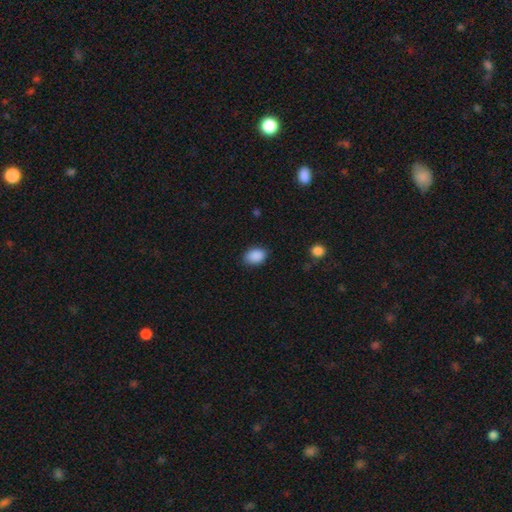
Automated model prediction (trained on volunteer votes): Smooth or featured?
  - smooth: 90% *
  - star or artifact: 8%
  - featured or disk: 3%
How rounded?
  - in between: 78% *
  - round: 21%
  - cigar-shaped: 1%
Merging?
  - none: 84% *
  - minor disturbance: 12%
  - major disturbance: 3%
  - merger: 1%